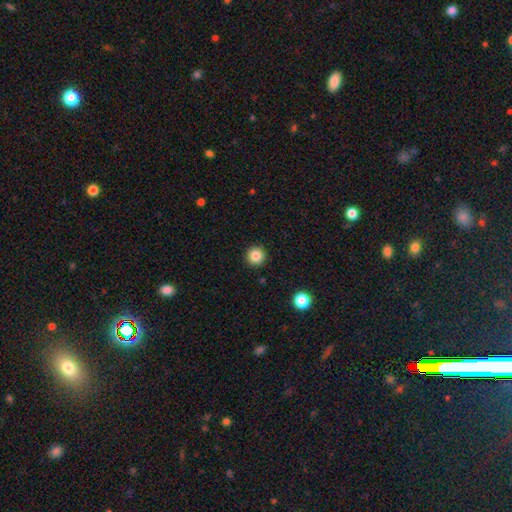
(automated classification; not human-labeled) Smooth or featured? Predicted: smooth (p=0.84). How rounded? Predicted: round (p=0.96). Merging? Predicted: none (p=0.92).